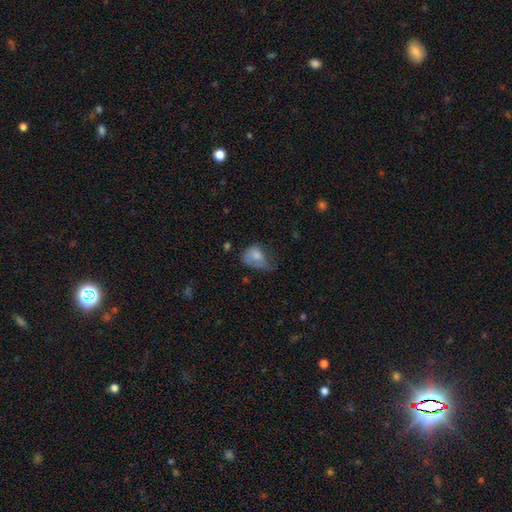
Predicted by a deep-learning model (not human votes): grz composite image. It shows a smooth galaxy with no disk features (68%) that is in between round and cigar-shaped (67%). Merging: major disturbance (42%).